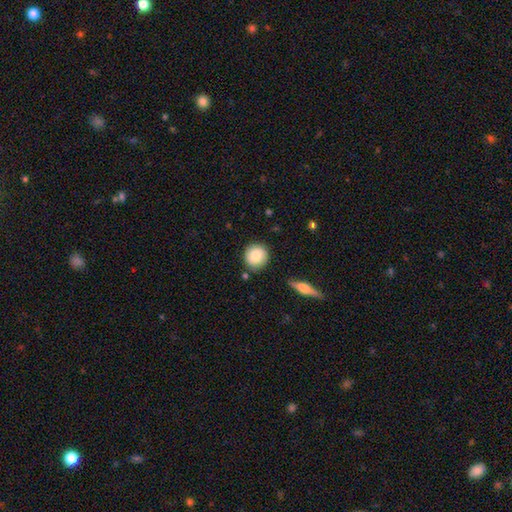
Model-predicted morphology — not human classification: Smooth or featured? smooth (82%)
How rounded? round (92%)
Merging? none (85%)